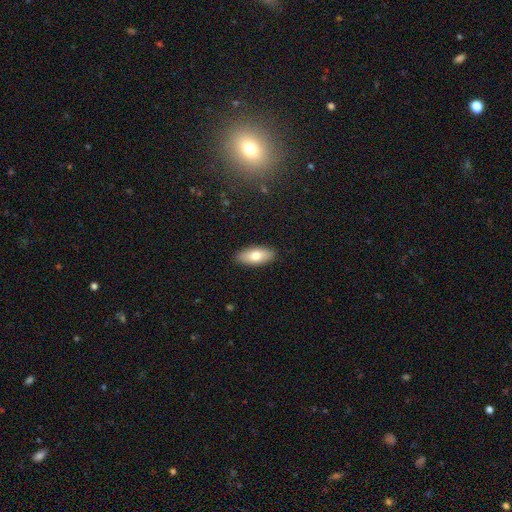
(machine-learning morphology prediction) Q: Smooth or featured?
A: smooth (75%); runner-up: featured or disk (19%)
Q: How rounded?
A: in between (84%); runner-up: cigar-shaped (13%)
Q: Merging?
A: none (89%); runner-up: minor disturbance (8%)